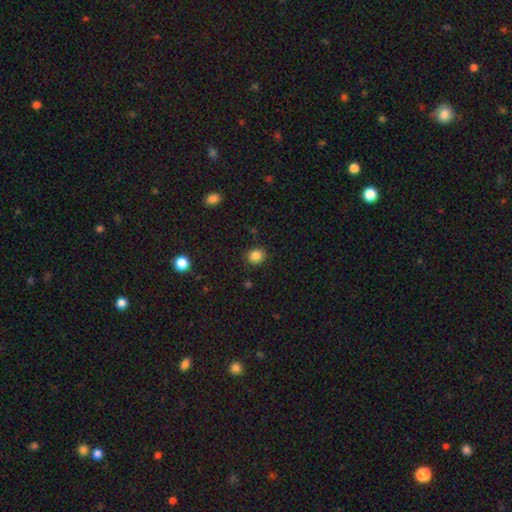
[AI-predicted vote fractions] smooth 85%, star or artifact 11%, featured or disk 4%. Down the decision tree: how rounded — round (79%); merging — none (88%).